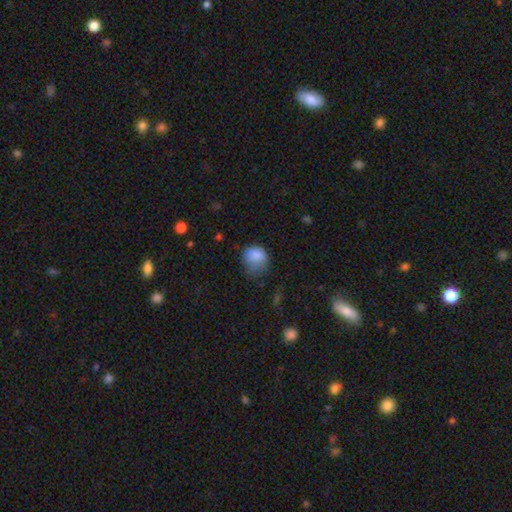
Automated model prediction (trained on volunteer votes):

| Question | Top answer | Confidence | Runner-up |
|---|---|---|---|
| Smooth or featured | smooth | 82% | star or artifact (10%) |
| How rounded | round | 67% | in between (33%) |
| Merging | none | 41% | minor disturbance (36%) |